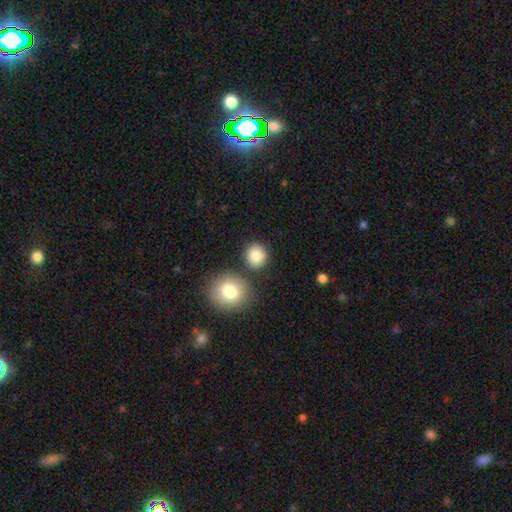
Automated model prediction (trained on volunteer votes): The model was most divided on "merging": none: 80%, merger: 9%, minor disturbance: 8%, major disturbance: 3%. More confident: how rounded — round (86%); smooth or featured — smooth (84%).